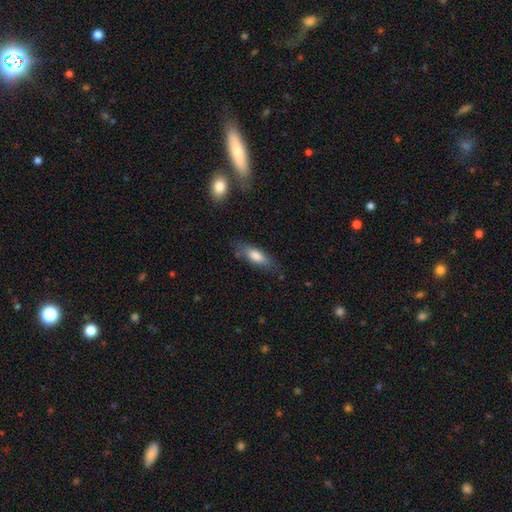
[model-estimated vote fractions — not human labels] Morphology: type=smooth (73%); roundness=in between (62%); merging=none (69%).